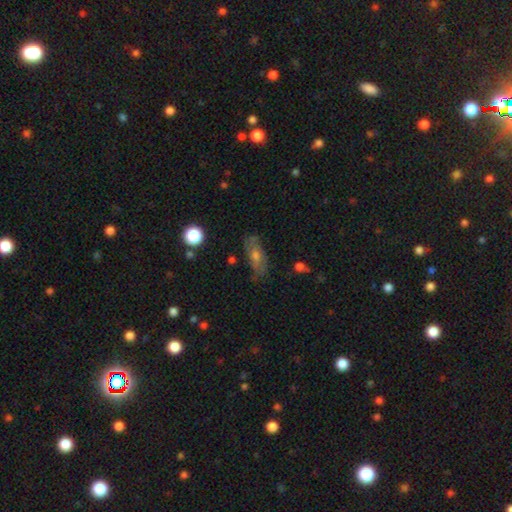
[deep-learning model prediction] Smooth or featured: featured or disk — 47% (smooth — 41%)
Merging: none — 74% (minor disturbance — 18%)